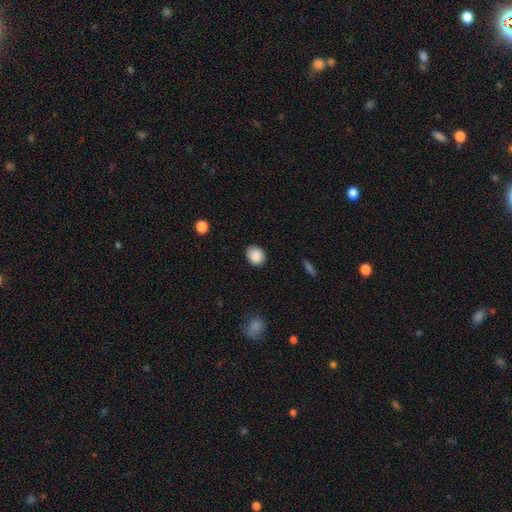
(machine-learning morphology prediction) A smooth galaxy with no disk features (88%) that is round (58%).

Vote fractions:
- Smooth or featured? smooth: 88% / star or artifact: 8% / featured or disk: 4%
- How rounded? round: 58% / in between: 41% / cigar-shaped: 1%
- Merging? none: 84% / minor disturbance: 12% / major disturbance: 3% / merger: 1%